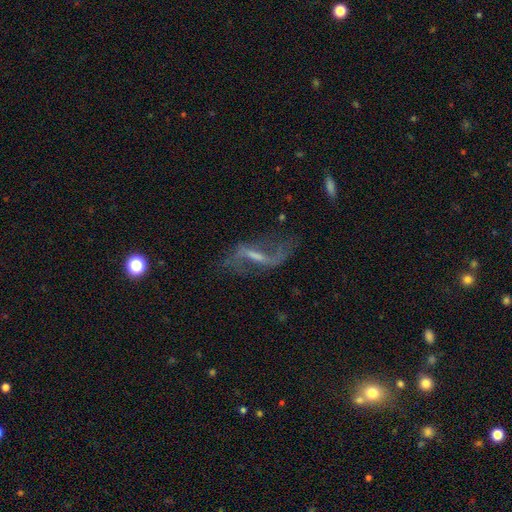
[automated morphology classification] Overall: featured or disk (81%). Edge-on disk: no (90%). Bar: strong (51%; weak 38%). Spiral arms: yes (88%). Spiral arm count: 2 (87%). Spiral winding: loose (86%). Bulge size: none (39%; small 33%). Merging: none (57%; major disturbance 22%).